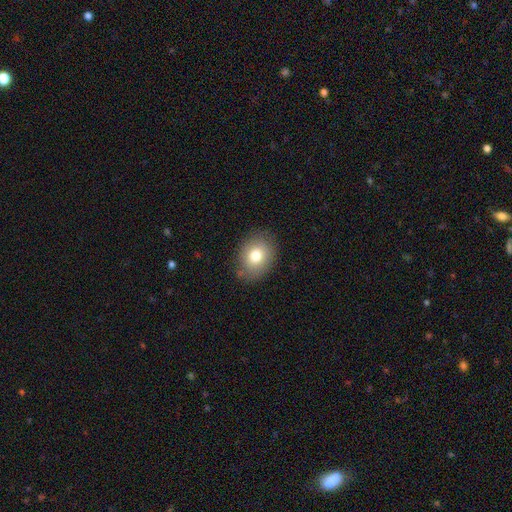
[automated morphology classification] This appears to be a smooth galaxy with no disk features (77%) that is in between round and cigar-shaped (53%). Merging: none (81%).